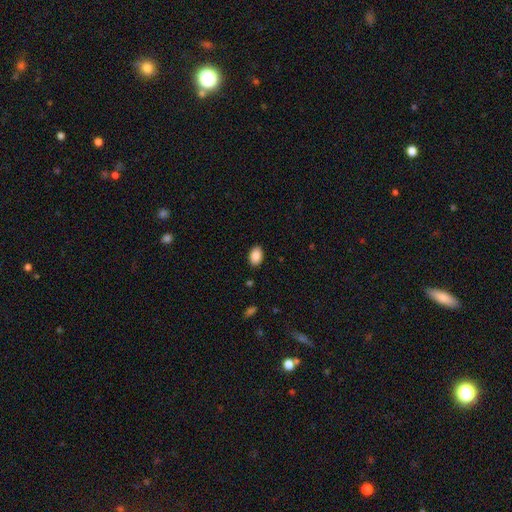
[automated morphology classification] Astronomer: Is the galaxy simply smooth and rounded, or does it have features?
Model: smooth — 88%.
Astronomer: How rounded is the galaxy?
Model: in between — 86%.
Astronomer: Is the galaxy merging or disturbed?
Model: none — 88%.